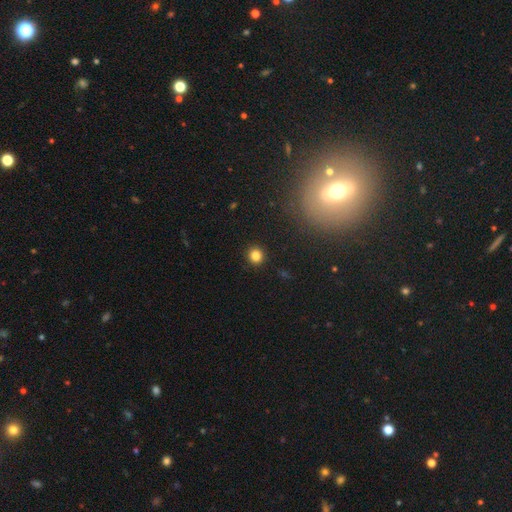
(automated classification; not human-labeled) smooth 83%, star or artifact 12%, featured or disk 4%. Down the decision tree: how rounded — round (90%); merging — none (92%).